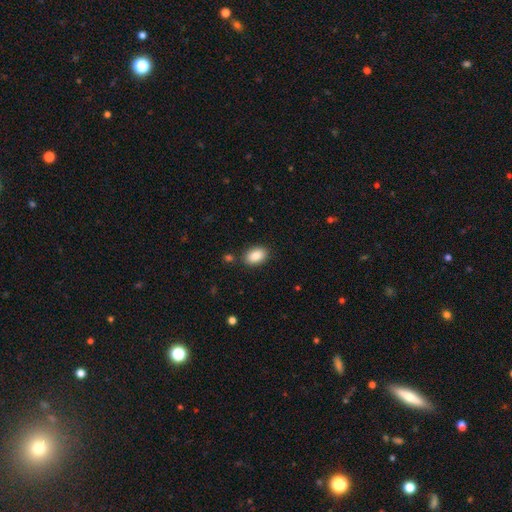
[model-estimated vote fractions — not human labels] Smooth or featured? smooth (88%)
How rounded? in between (88%)
Merging? none (85%)